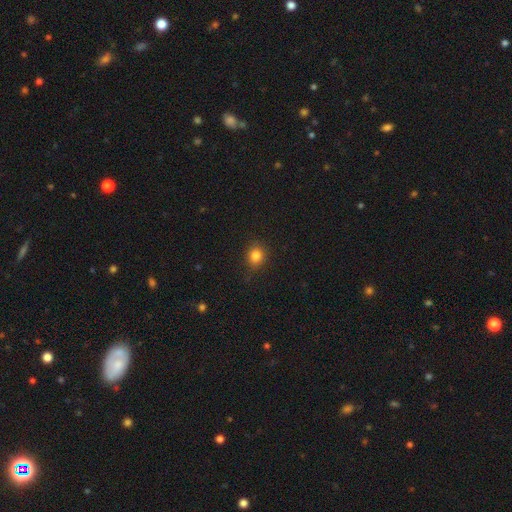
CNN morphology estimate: smooth 83%, star or artifact 12%, featured or disk 5%. Down the decision tree: how rounded — round (72%); merging — none (84%).